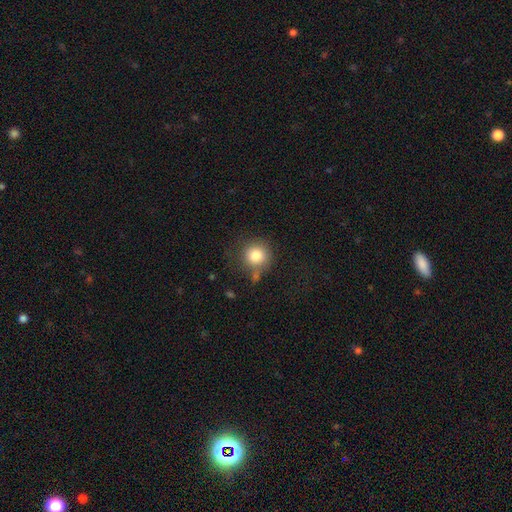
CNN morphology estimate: smooth 81%, star or artifact 10%, featured or disk 9%. Down the decision tree: how rounded — round (92%); merging — none (68%).